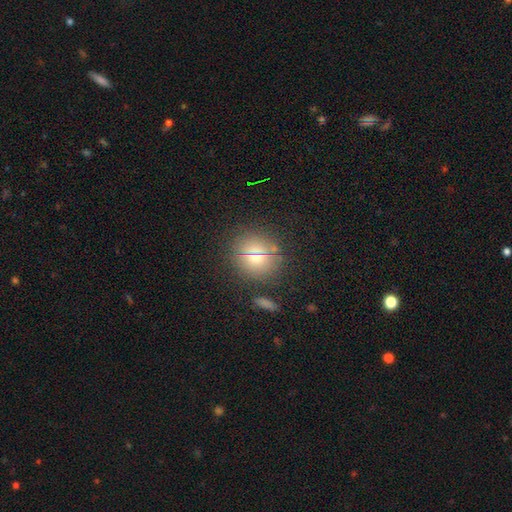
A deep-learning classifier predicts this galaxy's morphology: smooth-or-featured: smooth: 64% | star or artifact: 22% | featured or disk: 14%
  how-rounded: round: 87% | in between: 12% | cigar-shaped: 2%
  merging: none: 85% | minor disturbance: 9% | major disturbance: 3% | merger: 3%